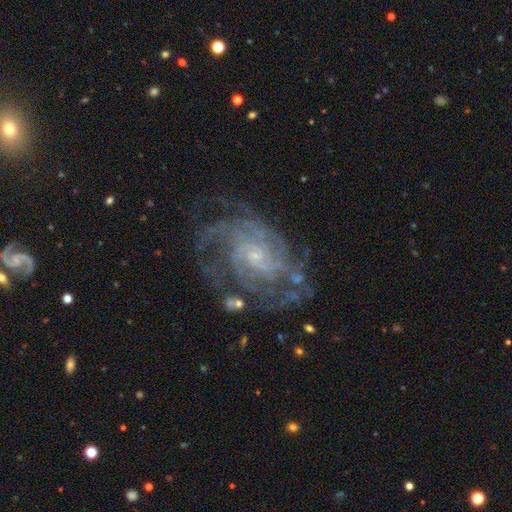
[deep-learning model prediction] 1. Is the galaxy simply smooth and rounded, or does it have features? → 85% featured or disk, 8% star or artifact, 7% smooth.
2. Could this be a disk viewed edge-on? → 97% no, 3% yes.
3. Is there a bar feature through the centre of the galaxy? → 67% no, 28% weak, 5% strong.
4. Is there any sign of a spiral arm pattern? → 93% yes, 7% no.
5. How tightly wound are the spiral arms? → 55% tight, 35% medium, 10% loose.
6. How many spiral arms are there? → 35% can't tell, 22% 4, 15% 3, 11% more than 4, 11% 2, 6% 1.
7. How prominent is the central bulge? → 74% small, 18% moderate, 6% none, 2% large, 1% dominant.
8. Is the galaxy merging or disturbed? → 66% none, 18% minor disturbance, 13% major disturbance, 3% merger.